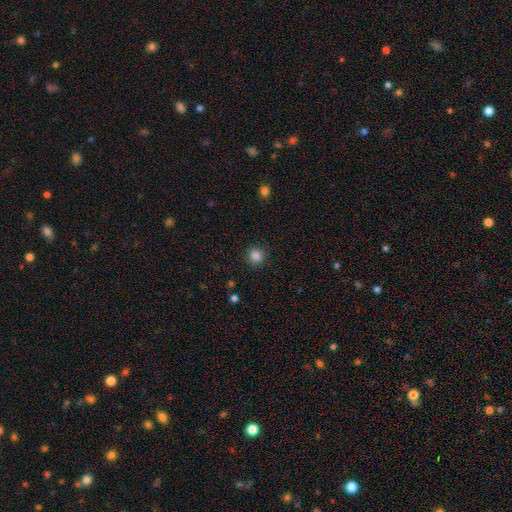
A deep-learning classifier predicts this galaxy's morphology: A smooth galaxy with no disk features (85%) that is round (92%).

Vote fractions:
- Smooth or featured? smooth: 85% / star or artifact: 12% / featured or disk: 3%
- How rounded? round: 92% / in between: 7% / cigar-shaped: 1%
- Merging? none: 90% / minor disturbance: 7% / major disturbance: 2% / merger: 1%